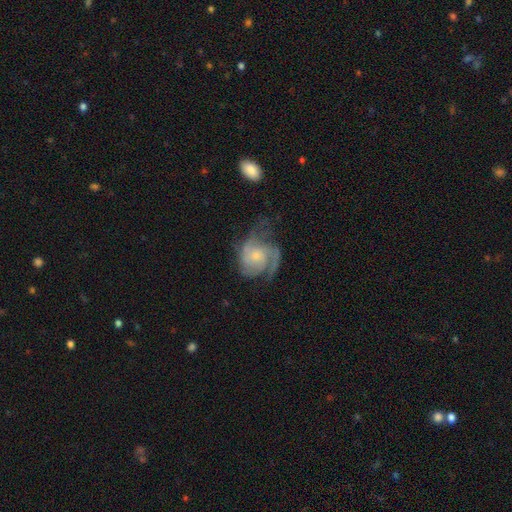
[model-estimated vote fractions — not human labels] Smooth or featured?
  - featured or disk: 82% *
  - smooth: 12%
  - star or artifact: 5%
Edge-on disk?
  - no: 98% *
  - yes: 2%
Bar?
  - no: 74% *
  - weak: 23%
  - strong: 3%
Spiral arms?
  - yes: 95% *
  - no: 5%
Spiral winding?
  - medium: 44% *
  - tight: 37%
  - loose: 19%
Spiral arm count?
  - 2: 37% *
  - 3: 28%
  - can't tell: 16%
  - 1: 9%
  - 4: 5%
  - more than 4: 4%
Bulge size?
  - small: 63% *
  - moderate: 27%
  - none: 6%
  - large: 3%
  - dominant: 1%
Merging?
  - none: 52% *
  - major disturbance: 24%
  - minor disturbance: 22%
  - merger: 2%